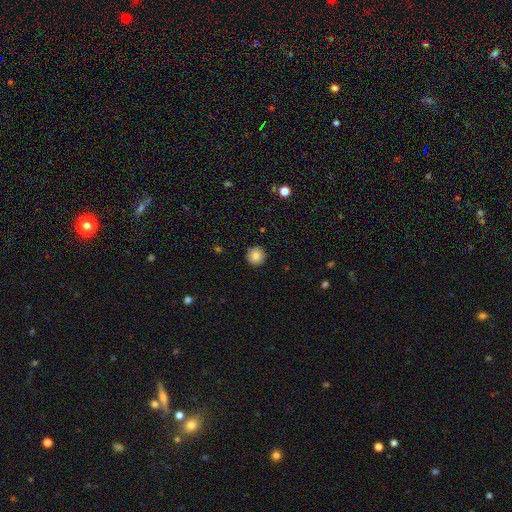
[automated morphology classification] A smooth galaxy with no disk features (85%) that is round (96%). Merging: none (93%).